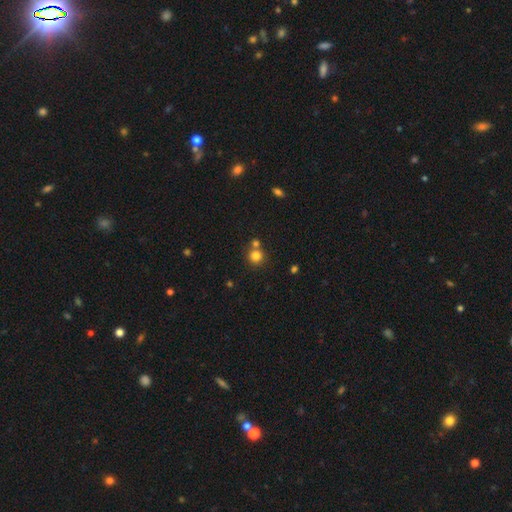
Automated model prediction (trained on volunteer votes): A smooth galaxy with no disk features (80%) that is round (91%). Merging: none (64%).